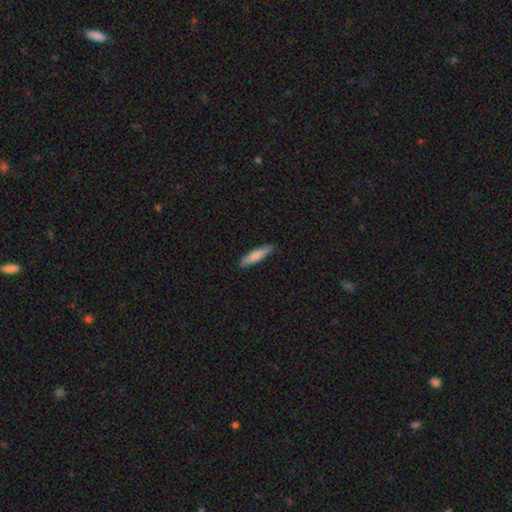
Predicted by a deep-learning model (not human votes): smooth-or-featured: smooth: 77% | featured or disk: 17% | star or artifact: 5%
  how-rounded: cigar-shaped: 83% | in between: 16% | round: 1%
  merging: none: 88% | minor disturbance: 9% | major disturbance: 2% | merger: 1%